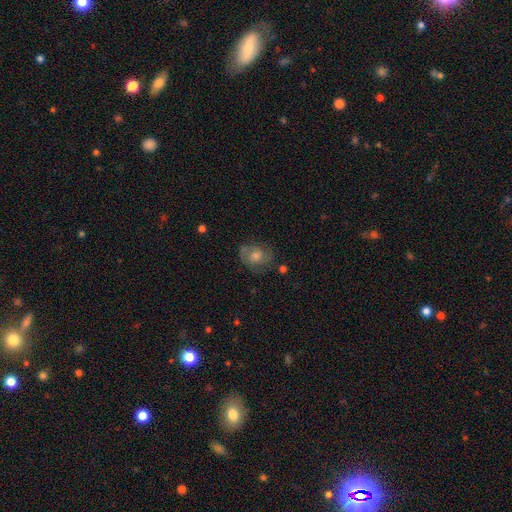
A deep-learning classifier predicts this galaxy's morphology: The model was most divided on "smooth or featured": featured or disk: 50%, smooth: 37%, star or artifact: 13%. More confident: merging — none (72%).